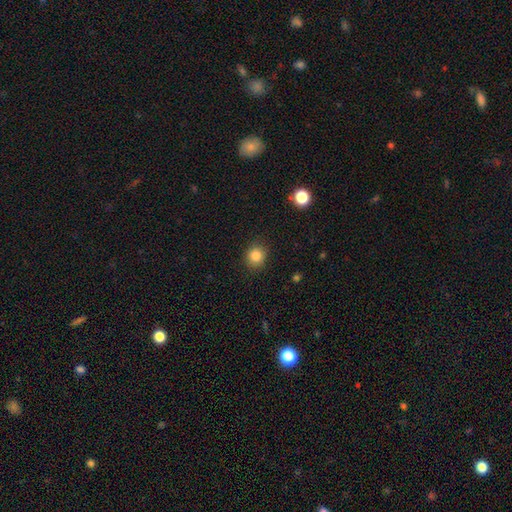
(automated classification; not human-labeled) A smooth galaxy with no disk features (84%) that is round (82%). Merging: none (88%).